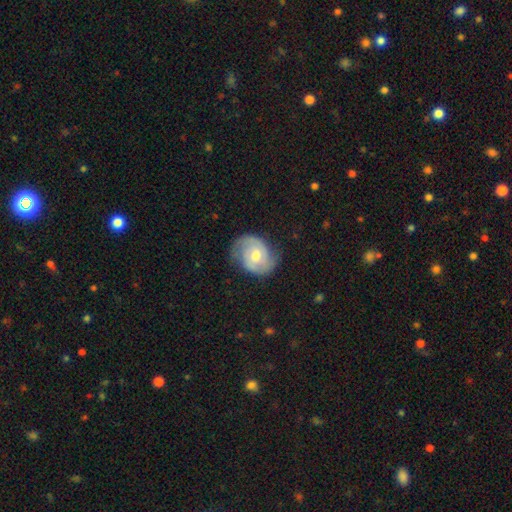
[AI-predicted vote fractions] Q: Smooth or featured?
A: featured or disk (65%); runner-up: smooth (29%)
Q: Edge-on disk?
A: no (97%); runner-up: yes (3%)
Q: Bar?
A: no (61%); runner-up: weak (33%)
Q: Spiral arms?
A: yes (87%); runner-up: no (13%)
Q: Spiral winding?
A: medium (42%); runner-up: tight (41%)
Q: Spiral arm count?
A: 2 (79%); runner-up: can't tell (12%)
Q: Bulge size?
A: moderate (70%); runner-up: small (22%)
Q: Merging?
A: none (65%); runner-up: minor disturbance (25%)